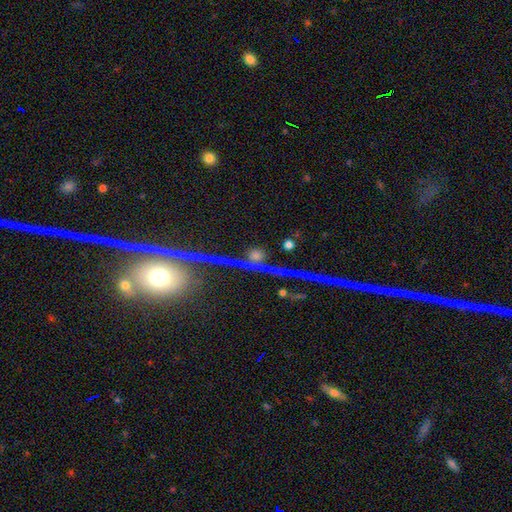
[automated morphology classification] Smooth or featured? star or artifact (46%)